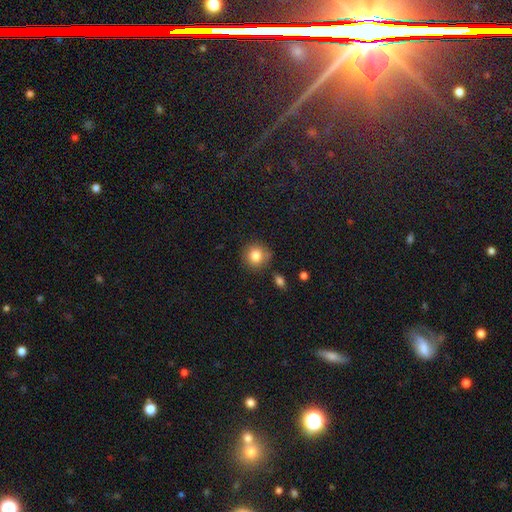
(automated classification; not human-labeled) This appears to be a smooth galaxy with no disk features (83%) that is round (90%). Merging: none (82%).